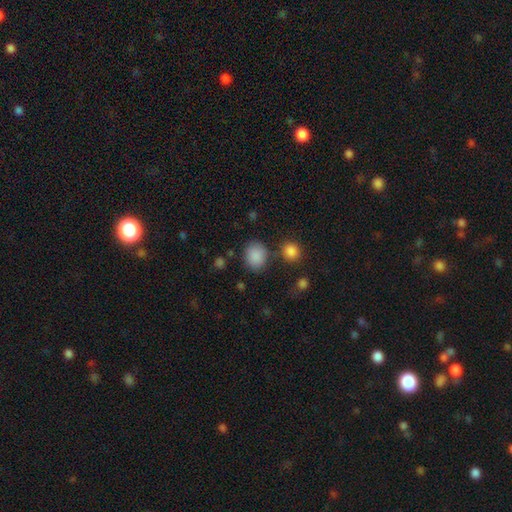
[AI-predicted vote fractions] Smooth or featured? Predicted: smooth (p=0.87). How rounded? Predicted: round (p=0.60). Merging? Predicted: none (p=0.75).